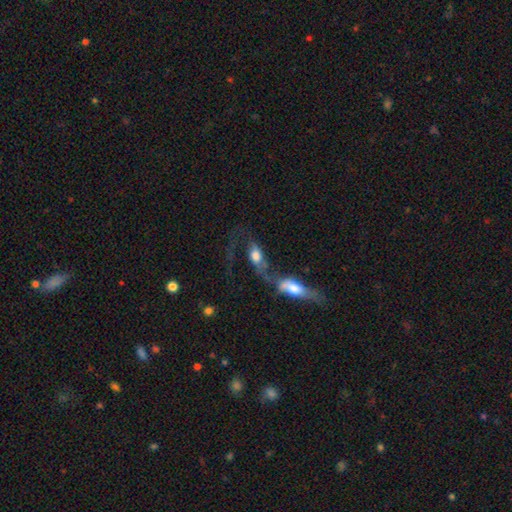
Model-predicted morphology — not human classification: Overall: smooth (47%; featured or disk 43%). Merging: merger (58%).